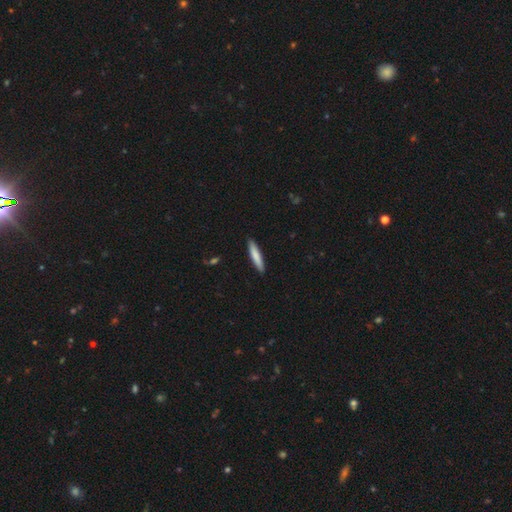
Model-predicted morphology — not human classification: Smooth or featured?
  - smooth: 80% *
  - featured or disk: 15%
  - star or artifact: 5%
How rounded?
  - cigar-shaped: 89% *
  - in between: 10%
  - round: 1%
Merging?
  - none: 90% *
  - minor disturbance: 7%
  - major disturbance: 1%
  - merger: 1%